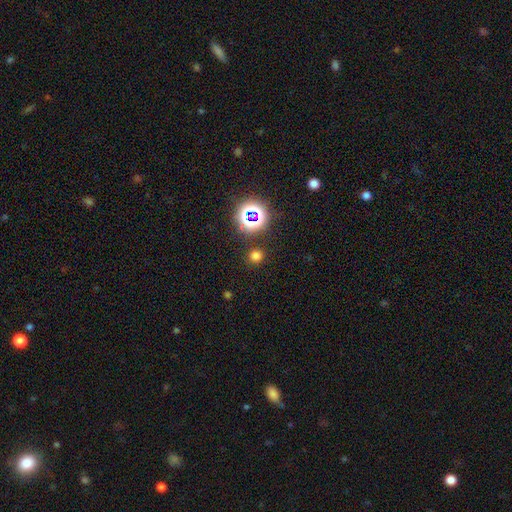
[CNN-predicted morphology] smooth-or-featured: smooth: 67% | star or artifact: 27% | featured or disk: 5%
  how-rounded: round: 85% | in between: 14% | cigar-shaped: 1%
  merging: none: 86% | minor disturbance: 7% | major disturbance: 4% | merger: 3%